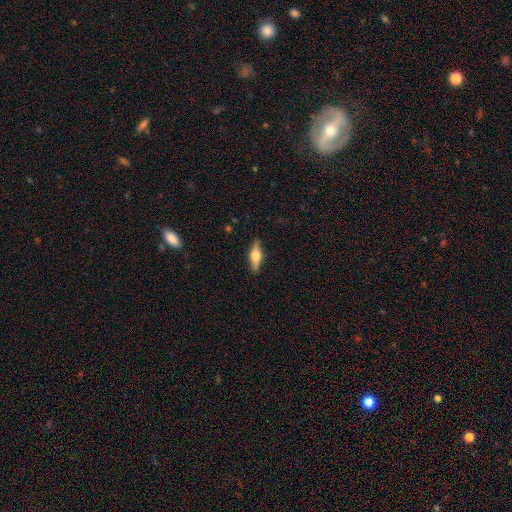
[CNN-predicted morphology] Smooth or featured? Predicted: featured or disk (p=0.51). Edge-on disk? Predicted: yes (p=0.93). Merging? Predicted: none (p=0.87).